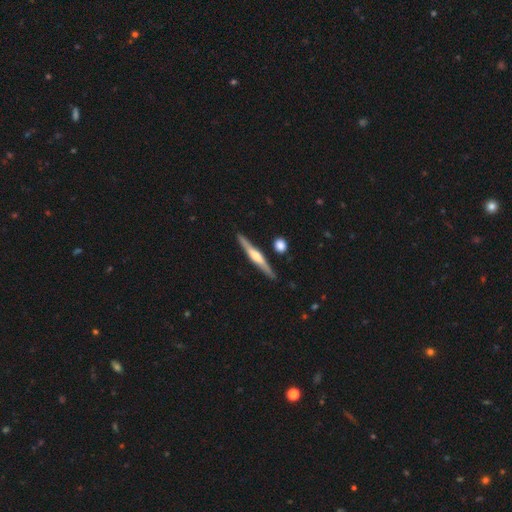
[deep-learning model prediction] A featured or disk galaxy (70%) viewed edge-on (97%) with a rounded central bulge (78%).

Vote fractions:
- Smooth or featured? featured or disk: 70% / smooth: 25% / star or artifact: 5%
- Edge-on disk? yes: 97% / no: 3%
- Edge-on bulge? rounded: 78% / boxy: 14% / none: 8%
- Merging? none: 87% / minor disturbance: 8% / merger: 3% / major disturbance: 2%